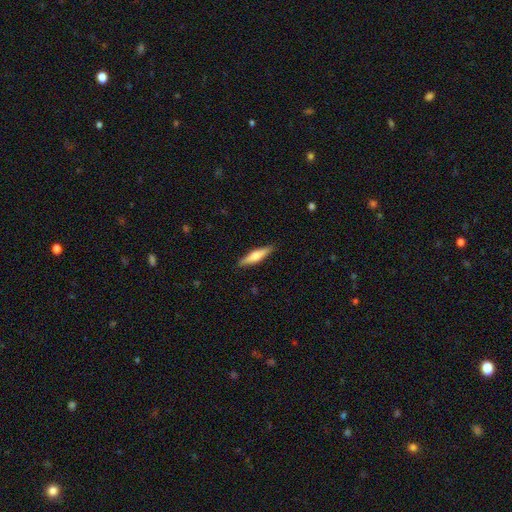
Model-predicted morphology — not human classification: Smooth or featured? Predicted: smooth (p=0.52). How rounded? Predicted: cigar-shaped (p=0.78). Merging? Predicted: none (p=0.90).